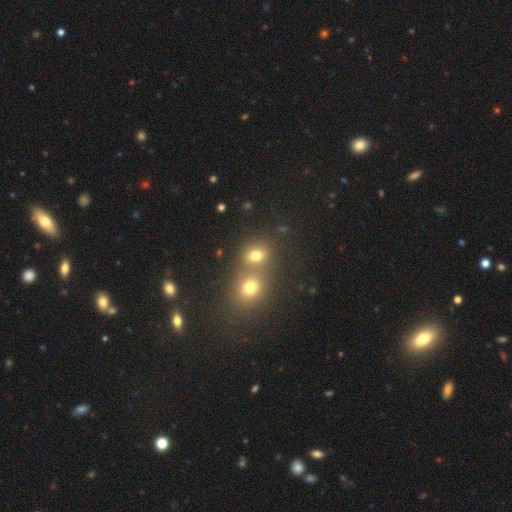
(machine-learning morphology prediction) smooth 73%, star or artifact 18%, featured or disk 9%. Down the decision tree: how rounded — round (67%); merging — merger (47%).